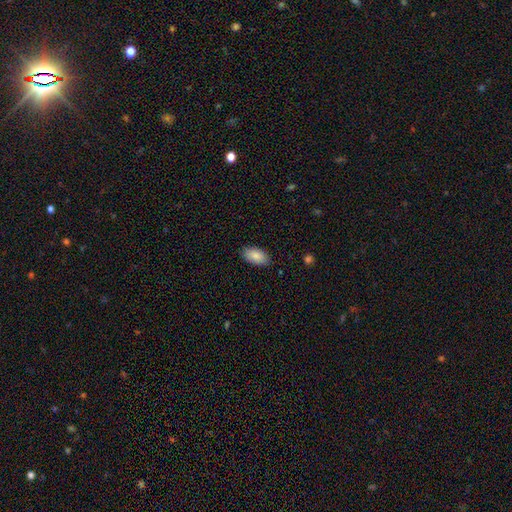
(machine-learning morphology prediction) Smooth or featured: smooth — 86% (featured or disk — 7%)
How rounded: in between — 94% (round — 3%)
Merging: none — 86% (minor disturbance — 11%)